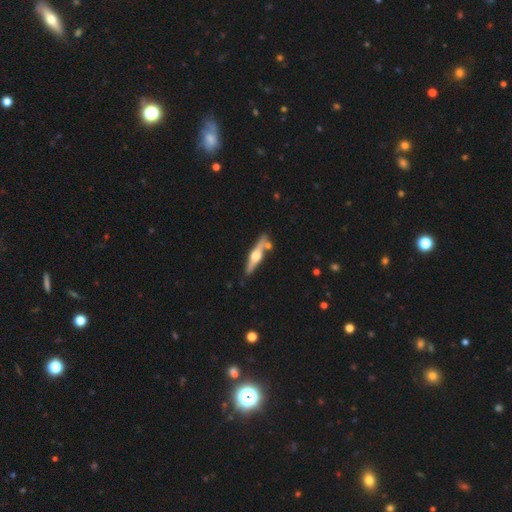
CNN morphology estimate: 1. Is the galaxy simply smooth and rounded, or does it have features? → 72% featured or disk, 23% smooth, 5% star or artifact.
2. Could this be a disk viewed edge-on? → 97% yes, 3% no.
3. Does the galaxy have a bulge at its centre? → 94% rounded, 4% boxy, 2% none.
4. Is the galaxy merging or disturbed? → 78% none, 11% minor disturbance, 8% merger, 3% major disturbance.